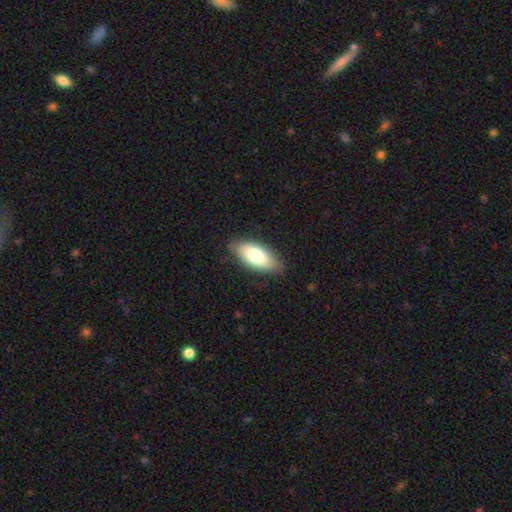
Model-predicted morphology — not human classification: Smooth or featured? Predicted: smooth (p=0.77). How rounded? Predicted: in between (p=0.89). Merging? Predicted: none (p=0.83).